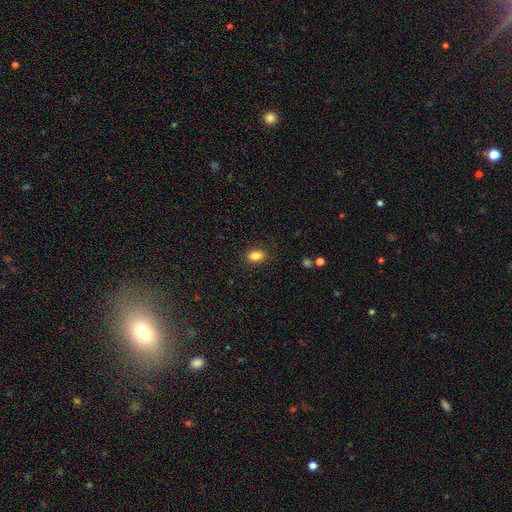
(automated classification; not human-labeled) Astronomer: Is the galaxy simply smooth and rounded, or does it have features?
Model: smooth — 85%.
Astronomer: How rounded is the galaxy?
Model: in between — 80%.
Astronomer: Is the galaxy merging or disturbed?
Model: none — 88%.